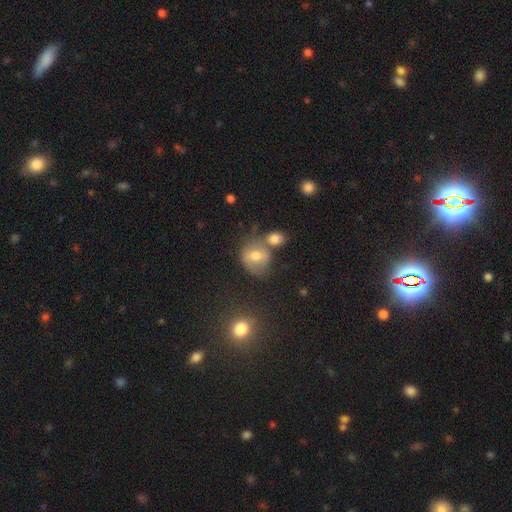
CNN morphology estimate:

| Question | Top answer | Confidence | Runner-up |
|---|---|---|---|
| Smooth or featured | smooth | 62% | featured or disk (25%) |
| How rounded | round | 68% | in between (31%) |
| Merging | none | 46% | merger (25%) |